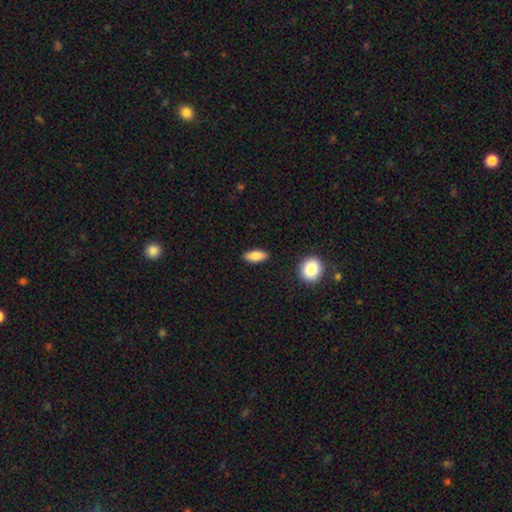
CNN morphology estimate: smooth_or_featured: smooth (p=0.83) [alt: featured or disk p=0.10]
how_rounded: in between (p=0.82) [alt: cigar-shaped p=0.15]
merging: none (p=0.87) [alt: minor disturbance p=0.09]